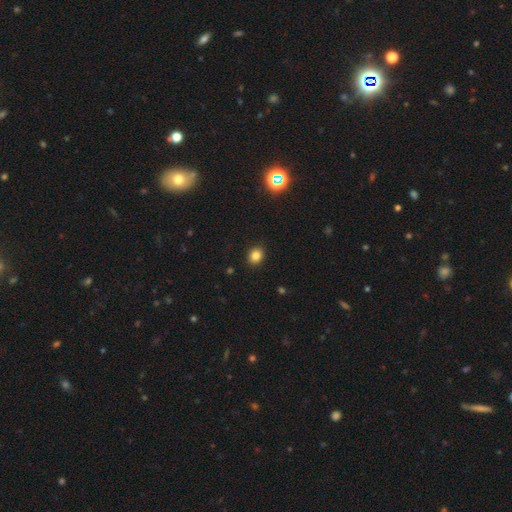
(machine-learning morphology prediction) smooth 82%, star or artifact 12%, featured or disk 5%. Down the decision tree: how rounded — round (64%); merging — none (90%).